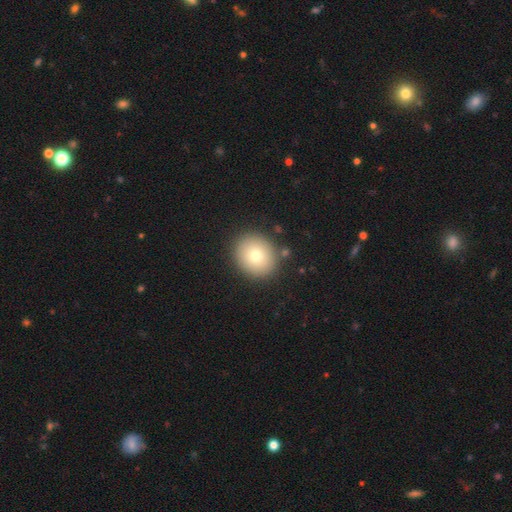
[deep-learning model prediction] Morphology: type=smooth (75%); roundness=round (80%); merging=none (87%).